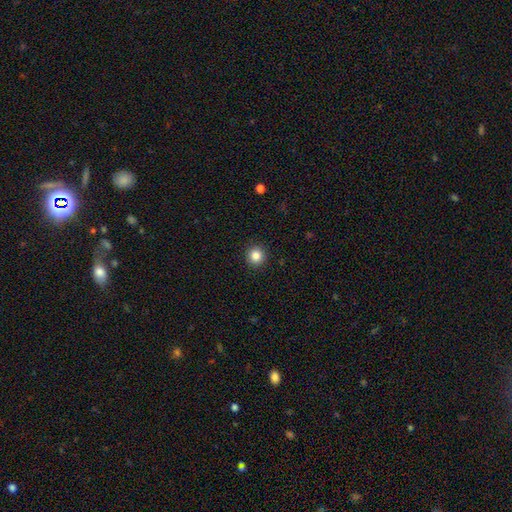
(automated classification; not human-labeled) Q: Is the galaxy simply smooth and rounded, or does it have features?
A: smooth — 85%.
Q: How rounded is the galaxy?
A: round — 94%.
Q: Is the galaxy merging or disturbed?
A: none — 92%.